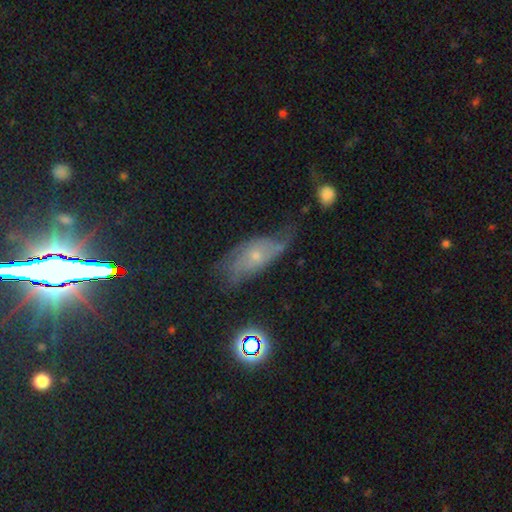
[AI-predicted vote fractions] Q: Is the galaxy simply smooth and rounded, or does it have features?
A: featured or disk — 50%.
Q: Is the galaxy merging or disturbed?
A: none — 37%.